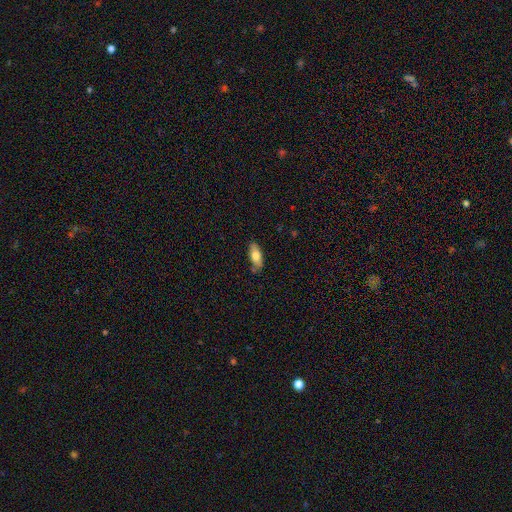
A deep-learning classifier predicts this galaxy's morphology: smooth_or_featured: smooth (p=0.72) [alt: featured or disk p=0.21]
how_rounded: in between (p=0.81) [alt: cigar-shaped p=0.16]
merging: none (p=0.79) [alt: minor disturbance p=0.16]